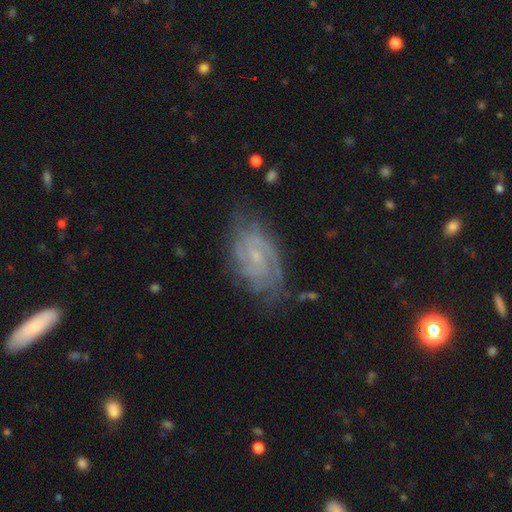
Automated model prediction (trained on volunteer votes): A featured or disk galaxy (84%) with no bar (51%), 2 (52%) tight (60%) spiral arms (97%) and a small central bulge (75%).

Vote fractions:
- Smooth or featured? featured or disk: 84% / smooth: 9% / star or artifact: 7%
- Edge-on disk? no: 97% / yes: 3%
- Bar? no: 51% / weak: 42% / strong: 7%
- Spiral arms? yes: 97% / no: 3%
- Spiral winding? tight: 60% / medium: 33% / loose: 7%
- Spiral arm count? 2: 52% / can't tell: 20% / 3: 14% / 4: 6% / 1: 4% / more than 4: 4%
- Bulge size? small: 75% / moderate: 17% / none: 7% / large: 1% / dominant: 1%
- Merging? none: 72% / minor disturbance: 20% / major disturbance: 6% / merger: 2%